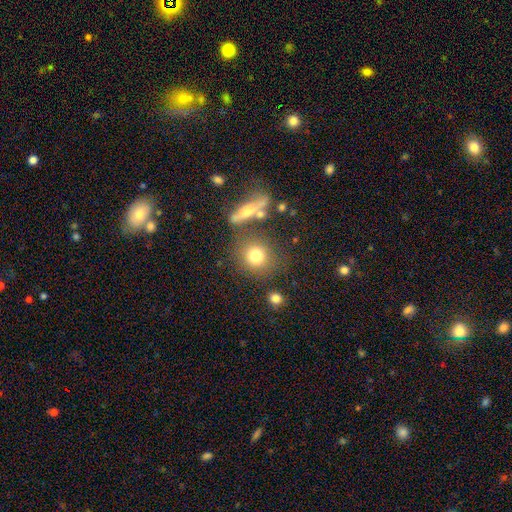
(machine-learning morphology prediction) smooth_or_featured: smooth (p=0.76) [alt: featured or disk p=0.12]
how_rounded: round (p=0.84) [alt: in between p=0.14]
merging: none (p=0.72) [alt: merger p=0.12]